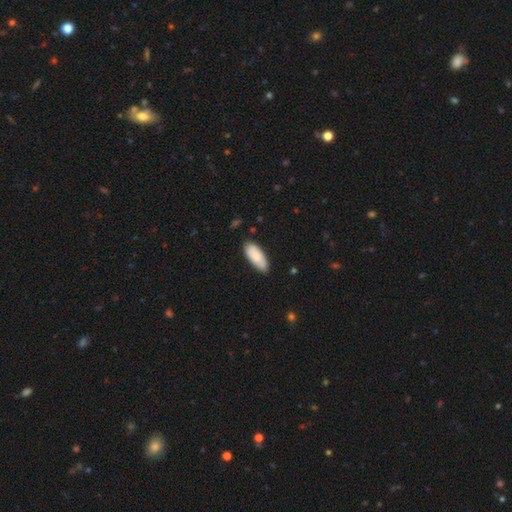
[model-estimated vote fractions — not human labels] Smooth or featured? smooth (78%)
How rounded? in between (85%)
Merging? none (79%)